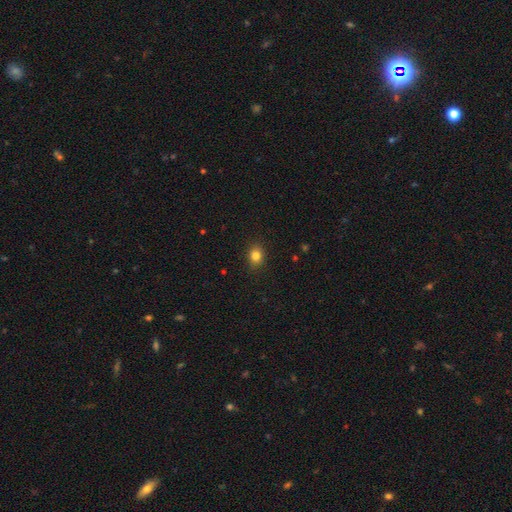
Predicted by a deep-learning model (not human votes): Smooth or featured? smooth (83%)
How rounded? round (55%)
Merging? none (89%)